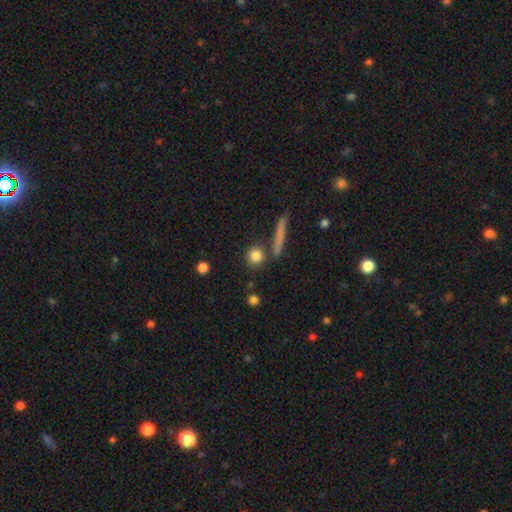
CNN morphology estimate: Smooth or featured: smooth — 82% (star or artifact — 10%)
How rounded: round — 83% (in between — 11%)
Merging: none — 79% (merger — 10%)